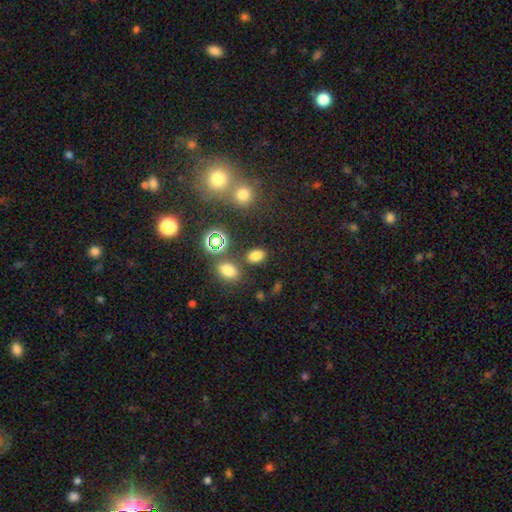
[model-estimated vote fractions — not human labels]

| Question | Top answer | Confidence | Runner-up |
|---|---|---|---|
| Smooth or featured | smooth | 75% | star or artifact (19%) |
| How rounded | in between | 80% | round (19%) |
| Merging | none | 78% | minor disturbance (10%) |